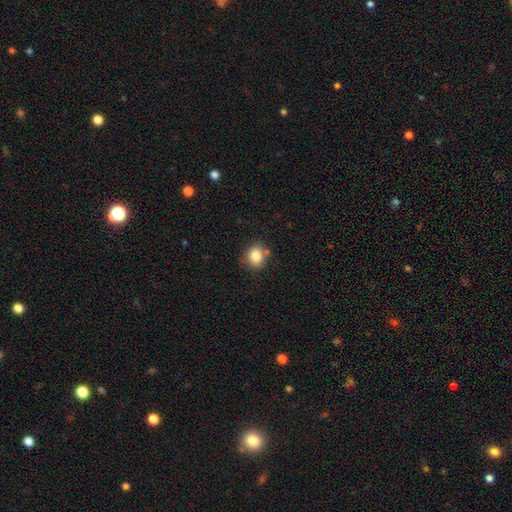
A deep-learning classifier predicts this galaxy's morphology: smooth 83%, star or artifact 10%, featured or disk 7%. Down the decision tree: how rounded — round (79%); merging — none (77%).